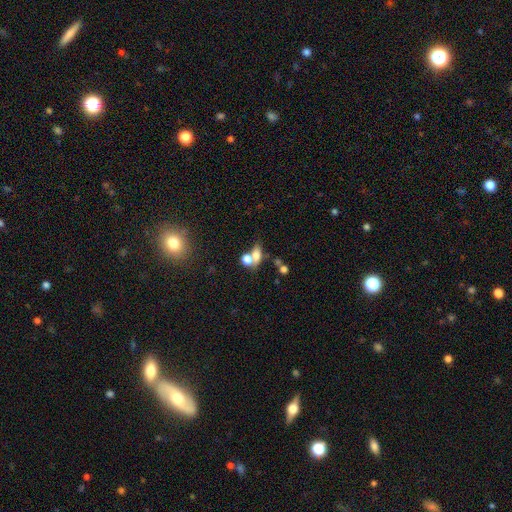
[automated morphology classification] smooth 68%, featured or disk 18%, star or artifact 14%. Down the decision tree: how rounded — in between (65%); merging — merger (51%).